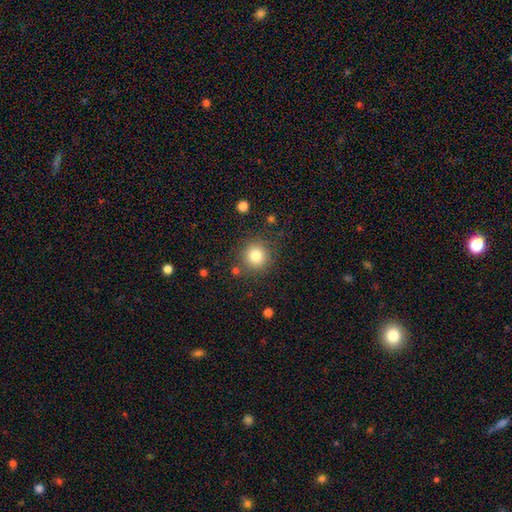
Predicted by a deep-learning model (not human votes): Smooth or featured? smooth (80%)
How rounded? round (93%)
Merging? none (85%)